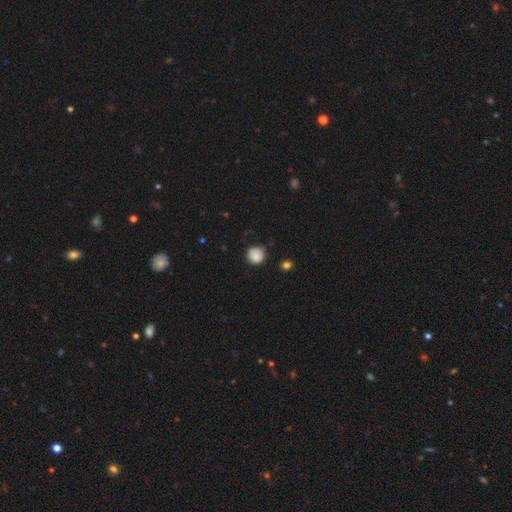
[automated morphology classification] A smooth galaxy with no disk features (84%) that is round (91%).

Vote fractions:
- Smooth or featured? smooth: 84% / star or artifact: 9% / featured or disk: 7%
- How rounded? round: 91% / in between: 8% / cigar-shaped: 1%
- Merging? none: 73% / minor disturbance: 21% / major disturbance: 4% / merger: 2%